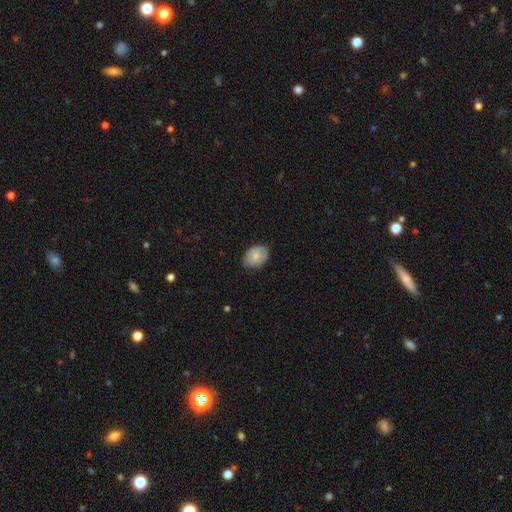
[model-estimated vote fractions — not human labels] Q: Smooth or featured?
A: smooth (70%); runner-up: featured or disk (23%)
Q: How rounded?
A: in between (73%); runner-up: round (26%)
Q: Merging?
A: none (70%); runner-up: minor disturbance (25%)